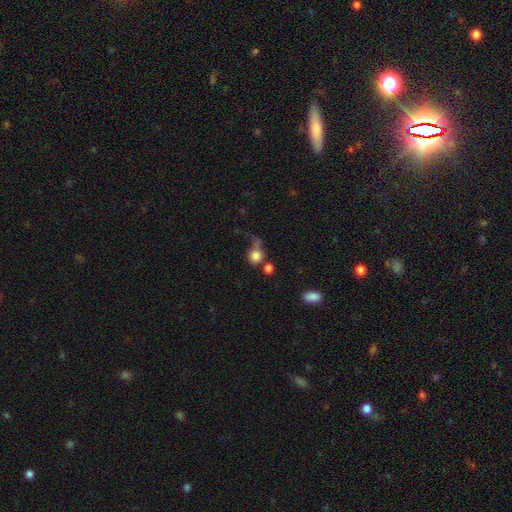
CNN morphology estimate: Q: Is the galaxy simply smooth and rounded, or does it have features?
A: smooth — 79%.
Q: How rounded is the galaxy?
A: round — 82%.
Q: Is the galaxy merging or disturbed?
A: none — 39%.